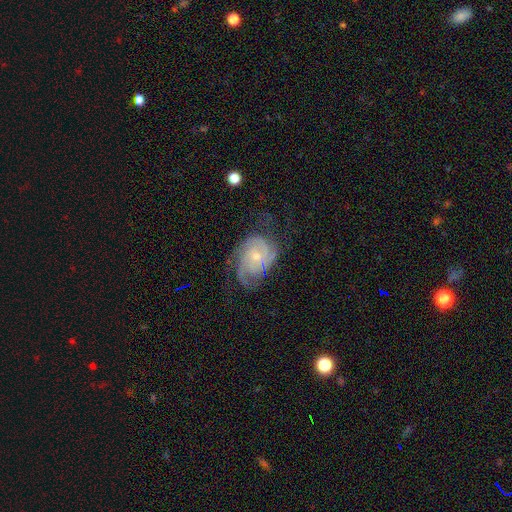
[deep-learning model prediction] A featured or disk galaxy (84%) with no bar (74%), 3 (29%) tight (57%) spiral arms (96%) and a small central bulge (68%). Merging: none (60%).